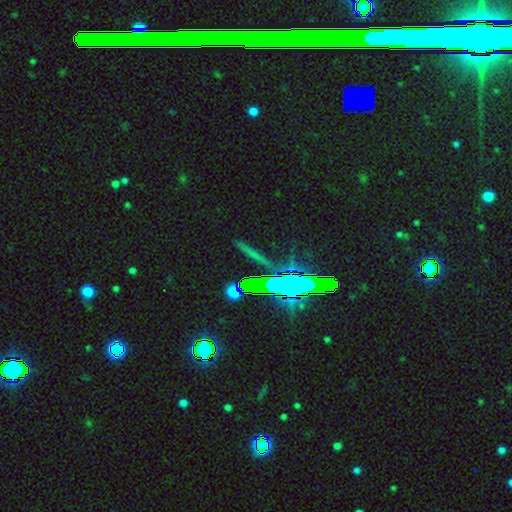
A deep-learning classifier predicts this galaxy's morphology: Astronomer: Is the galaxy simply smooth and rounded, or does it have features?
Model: star or artifact — 65%.